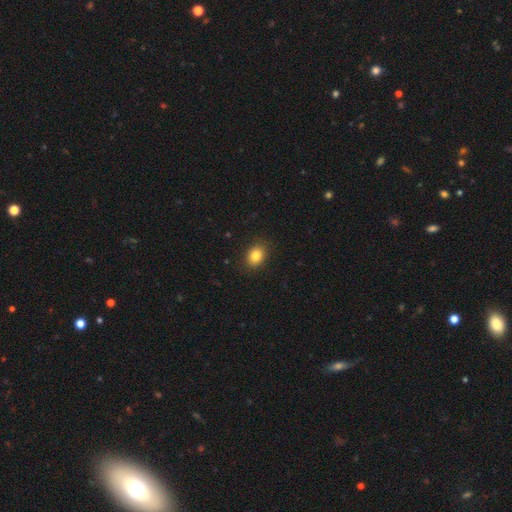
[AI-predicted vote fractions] Overall: smooth (83%). How rounded: in between (63%; round 36%). Merging: none (87%).